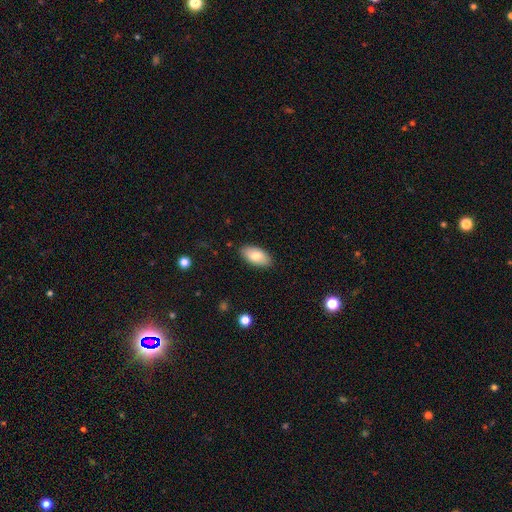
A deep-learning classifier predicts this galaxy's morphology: A smooth galaxy with no disk features (79%) that is in between round and cigar-shaped (94%). Merging: none (88%).